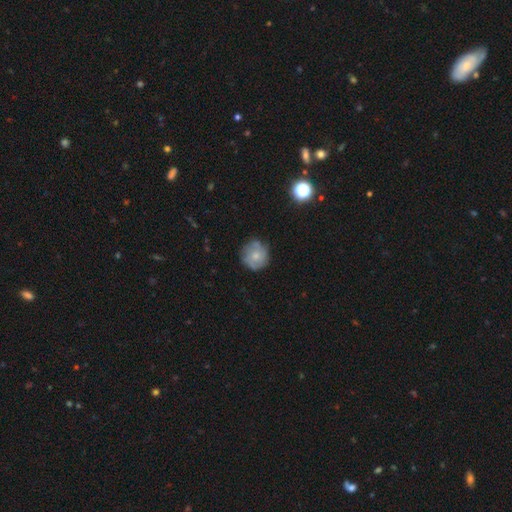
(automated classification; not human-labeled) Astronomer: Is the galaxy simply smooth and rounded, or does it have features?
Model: smooth — 57% (runner-up: featured or disk, 35%).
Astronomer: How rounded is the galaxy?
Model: round — 91%.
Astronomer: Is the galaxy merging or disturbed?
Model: none — 73%.